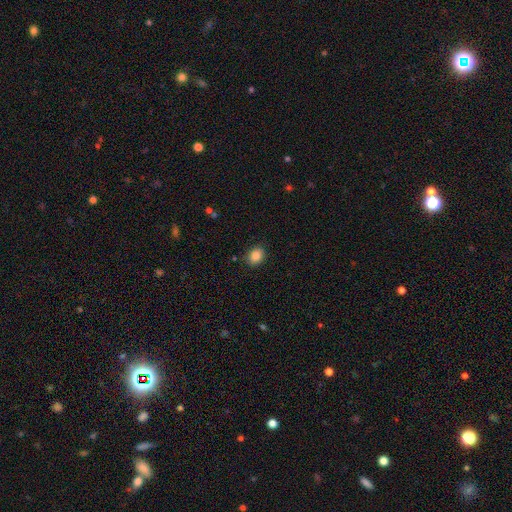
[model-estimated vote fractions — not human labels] A smooth galaxy with no disk features (86%) that is in between round and cigar-shaped (61%).

Vote fractions:
- Smooth or featured? smooth: 86% / star or artifact: 9% / featured or disk: 5%
- How rounded? in between: 61% / round: 38% / cigar-shaped: 1%
- Merging? none: 86% / minor disturbance: 10% / major disturbance: 2% / merger: 1%